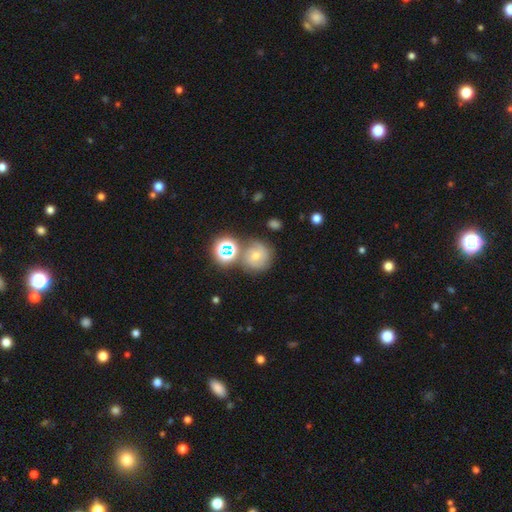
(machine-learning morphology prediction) A featured or disk galaxy (48%). Merging: none (70%).